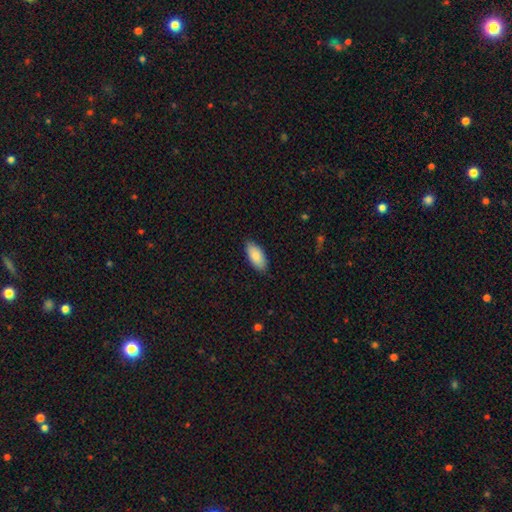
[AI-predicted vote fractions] Smooth or featured?
  - smooth: 85% *
  - featured or disk: 9%
  - star or artifact: 6%
How rounded?
  - in between: 91% *
  - cigar-shaped: 7%
  - round: 2%
Merging?
  - none: 84% *
  - minor disturbance: 13%
  - major disturbance: 2%
  - merger: 1%